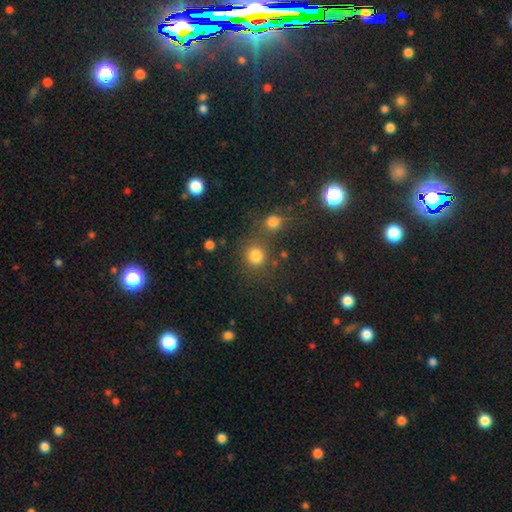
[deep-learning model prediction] This is clearly a smooth galaxy (80%). How rounded: clearly round (88%). Merging: likely none (61%).